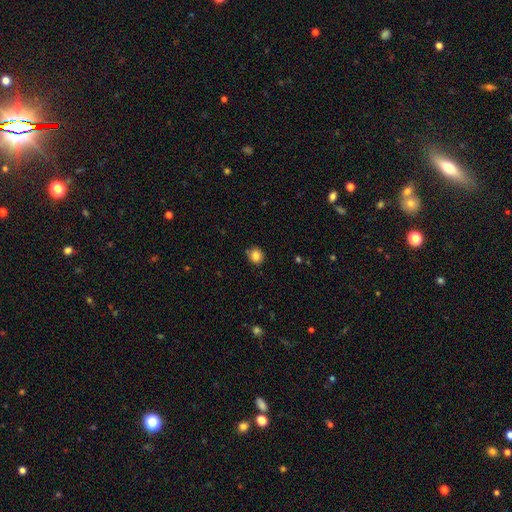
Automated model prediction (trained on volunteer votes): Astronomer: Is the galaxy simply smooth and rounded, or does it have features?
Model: smooth — 83%.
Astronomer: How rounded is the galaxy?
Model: round — 82%.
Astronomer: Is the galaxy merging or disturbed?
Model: none — 82%.